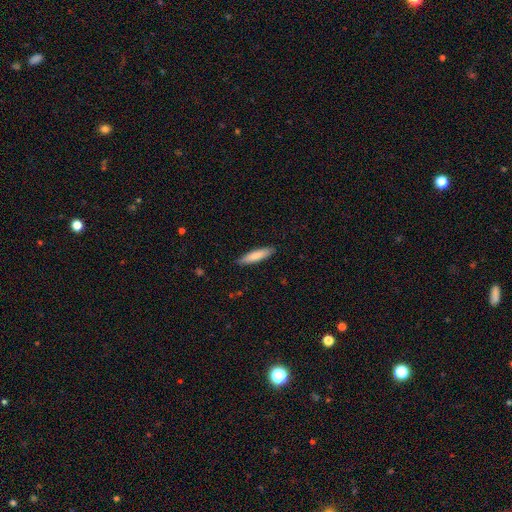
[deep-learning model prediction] This is clearly a smooth galaxy (82%). How rounded: likely cigar-shaped (76%). Merging: clearly none (88%).